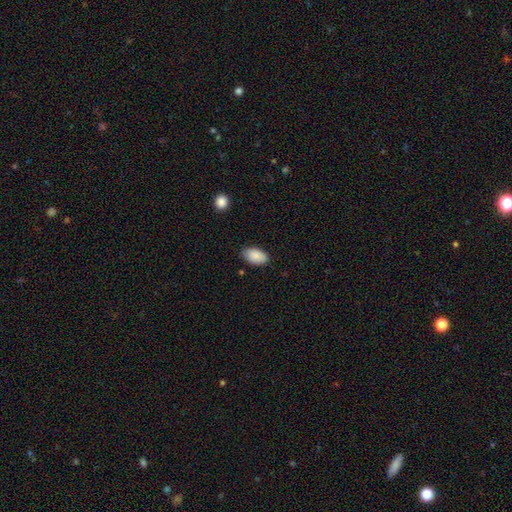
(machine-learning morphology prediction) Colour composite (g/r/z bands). It shows a smooth galaxy with no disk features (89%) that is in between round and cigar-shaped (94%). Merging: none (81%).